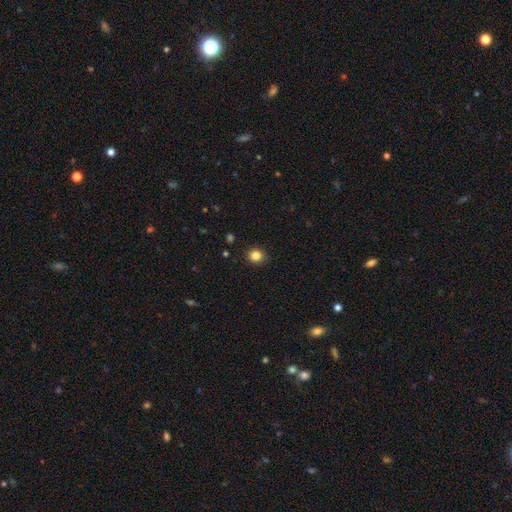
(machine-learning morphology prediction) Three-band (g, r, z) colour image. It shows a smooth galaxy with no disk features (83%) that is round (86%). Merging: none (92%).